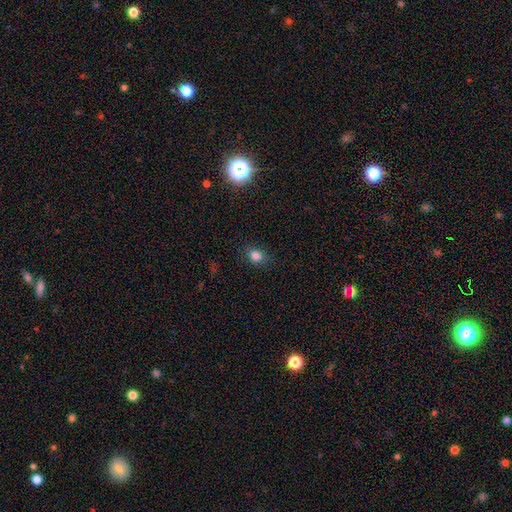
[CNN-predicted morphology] Smooth or featured?
  - smooth: 81% *
  - star or artifact: 14%
  - featured or disk: 5%
How rounded?
  - round: 52% *
  - in between: 47%
  - cigar-shaped: 1%
Merging?
  - none: 82% *
  - minor disturbance: 13%
  - major disturbance: 4%
  - merger: 1%